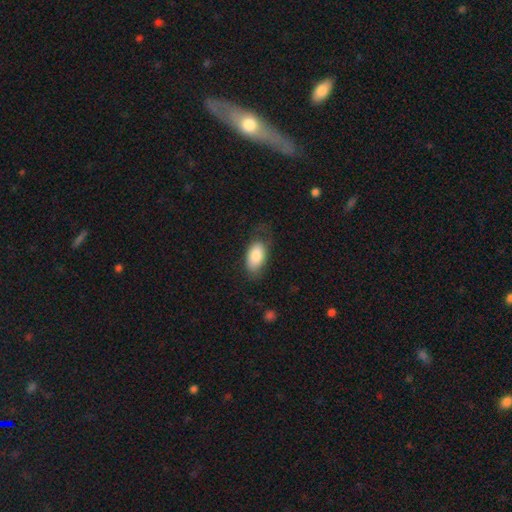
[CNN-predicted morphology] Q: Smooth or featured?
A: smooth (82%); runner-up: featured or disk (12%)
Q: How rounded?
A: in between (94%); runner-up: round (4%)
Q: Merging?
A: none (60%); runner-up: minor disturbance (25%)